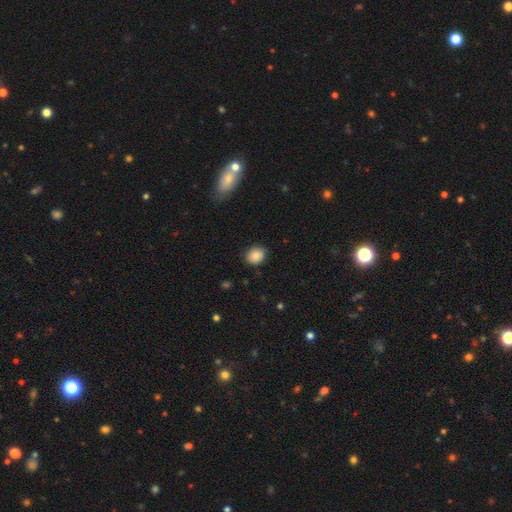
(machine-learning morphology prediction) Smooth or featured? Predicted: smooth (p=0.85). How rounded? Predicted: round (p=0.62). Merging? Predicted: none (p=0.84).